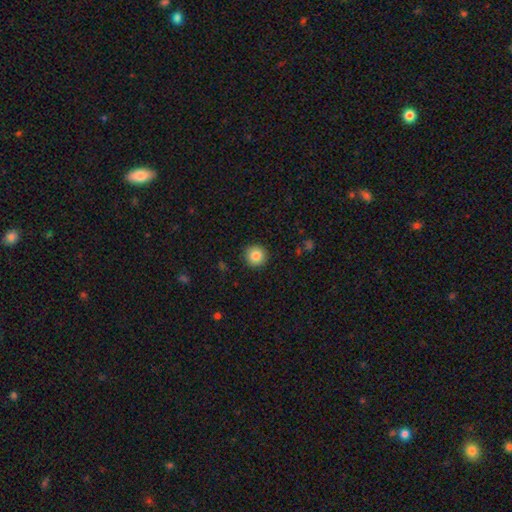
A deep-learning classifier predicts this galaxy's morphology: Smooth or featured? Predicted: smooth (p=0.85). How rounded? Predicted: round (p=0.96). Merging? Predicted: none (p=0.92).